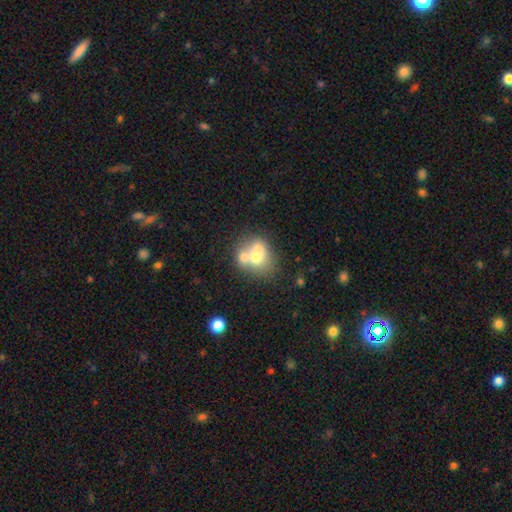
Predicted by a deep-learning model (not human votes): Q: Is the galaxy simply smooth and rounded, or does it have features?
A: smooth — 60%.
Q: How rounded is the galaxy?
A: round — 64%.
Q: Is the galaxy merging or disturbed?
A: merger — 61%.